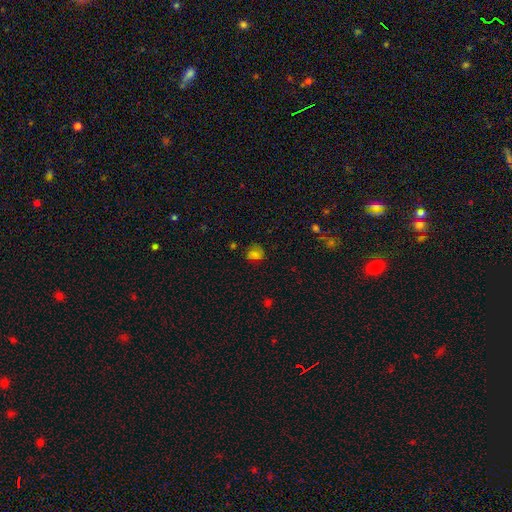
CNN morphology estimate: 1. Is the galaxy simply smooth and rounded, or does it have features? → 58% smooth, 27% star or artifact, 15% featured or disk.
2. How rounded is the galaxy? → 54% round, 44% in between, 2% cigar-shaped.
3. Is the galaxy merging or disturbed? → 63% none, 22% minor disturbance, 12% major disturbance, 4% merger.